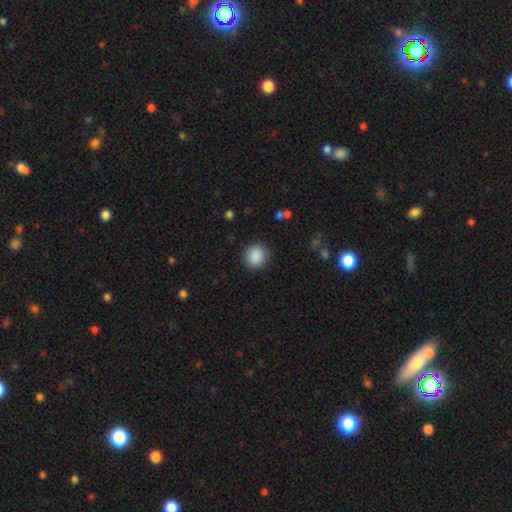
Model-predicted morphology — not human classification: Overall: smooth (89%). How rounded: round (86%). Merging: none (89%).